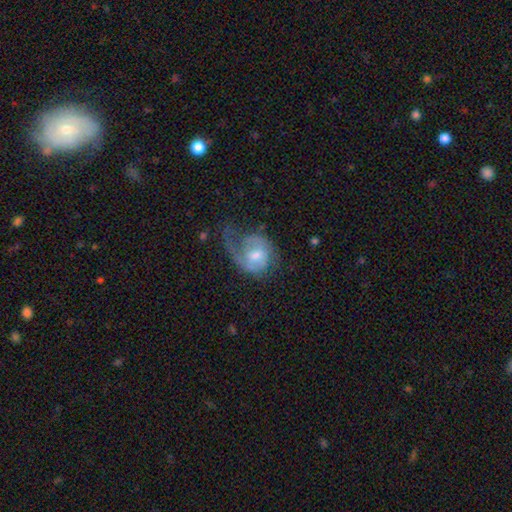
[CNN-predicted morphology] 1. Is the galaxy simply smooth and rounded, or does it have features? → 69% featured or disk, 24% smooth, 7% star or artifact.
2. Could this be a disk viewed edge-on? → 97% no, 3% yes.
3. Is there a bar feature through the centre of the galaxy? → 54% no, 39% weak, 7% strong.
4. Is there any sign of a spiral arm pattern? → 87% yes, 13% no.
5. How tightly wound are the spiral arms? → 40% medium, 35% loose, 24% tight.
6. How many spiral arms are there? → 54% 1, 33% 2, 9% can't tell, 2% 3, 1% 4, 1% more than 4.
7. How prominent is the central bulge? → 58% moderate, 28% small, 9% large, 4% none, 1% dominant.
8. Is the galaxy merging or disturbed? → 39% major disturbance, 36% none, 22% minor disturbance, 3% merger.